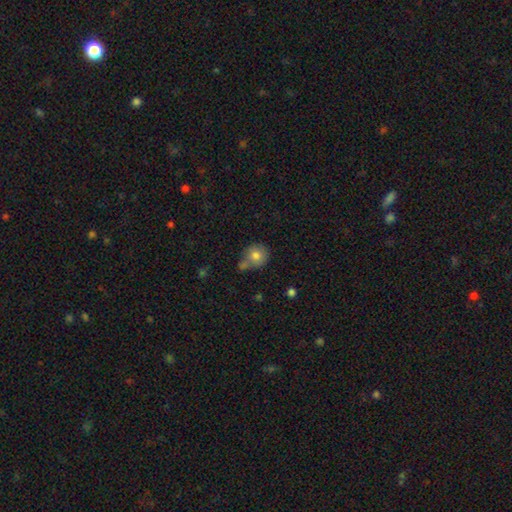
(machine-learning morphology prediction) smooth 79%, featured or disk 11%, star or artifact 10%. Down the decision tree: how rounded — round (86%); merging — none (54%).